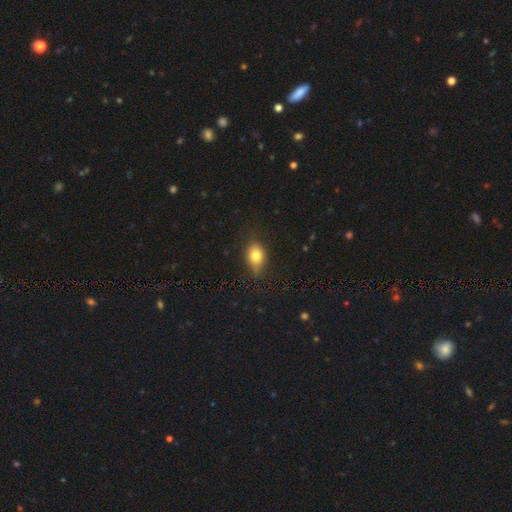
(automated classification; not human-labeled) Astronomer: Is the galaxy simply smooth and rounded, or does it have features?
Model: smooth — 77%.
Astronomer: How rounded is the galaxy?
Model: in between — 70%.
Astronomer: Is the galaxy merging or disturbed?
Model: none — 67%.